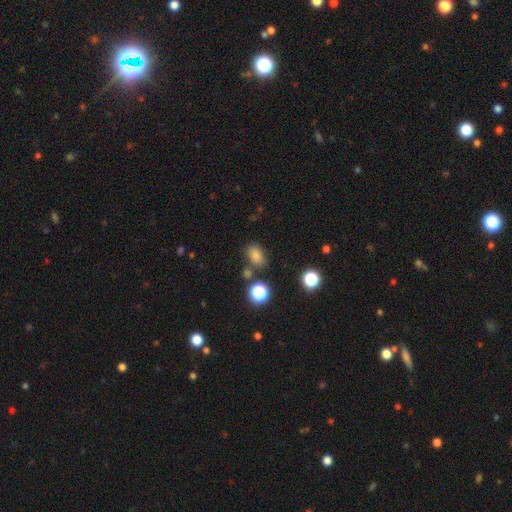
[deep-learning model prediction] This is likely a smooth galaxy (77%). How rounded: likely in between (76%). Merging: likely none (72%).